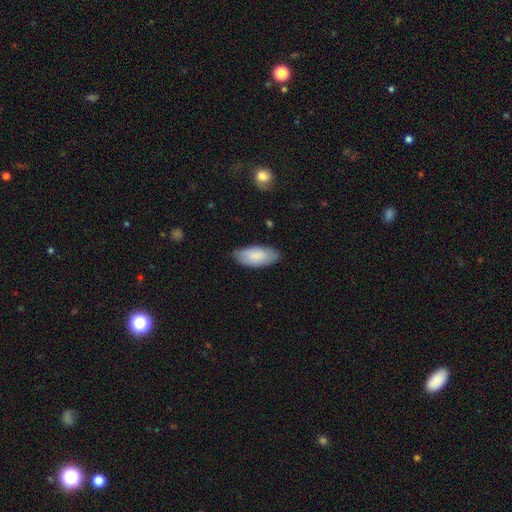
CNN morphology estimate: type=smooth (83%); roundness=in between (90%); merging=none (78%).